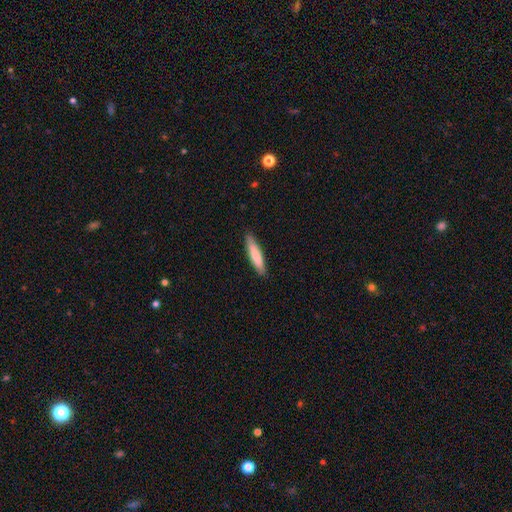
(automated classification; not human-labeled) Smooth or featured? Predicted: smooth (p=0.81). How rounded? Predicted: cigar-shaped (p=0.83). Merging? Predicted: none (p=0.89).